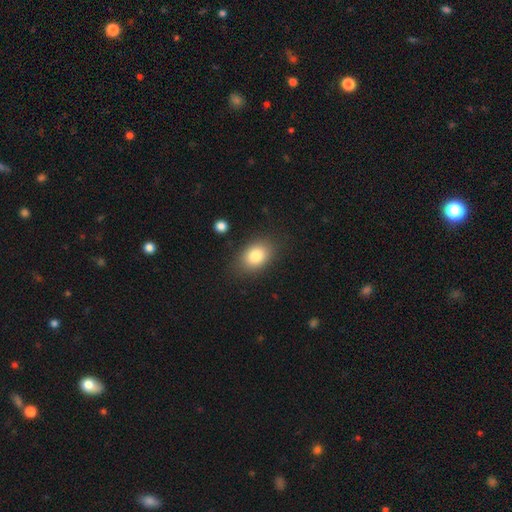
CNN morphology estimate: Overall: smooth (82%). How rounded: in between (78%). Merging: none (82%).